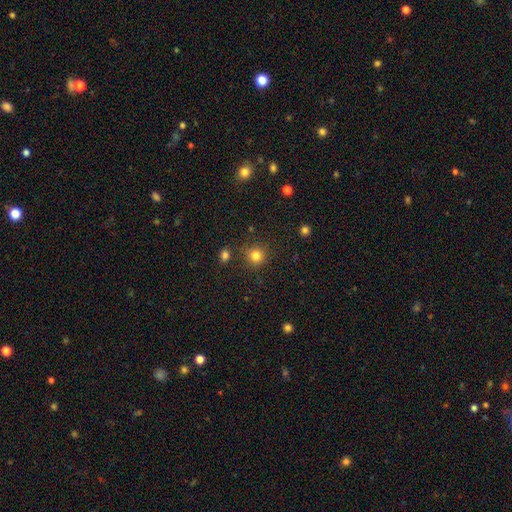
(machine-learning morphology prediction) Smooth or featured?
  - smooth: 82% *
  - star or artifact: 13%
  - featured or disk: 5%
How rounded?
  - round: 91% *
  - in between: 8%
  - cigar-shaped: 1%
Merging?
  - none: 83% *
  - minor disturbance: 9%
  - merger: 5%
  - major disturbance: 3%